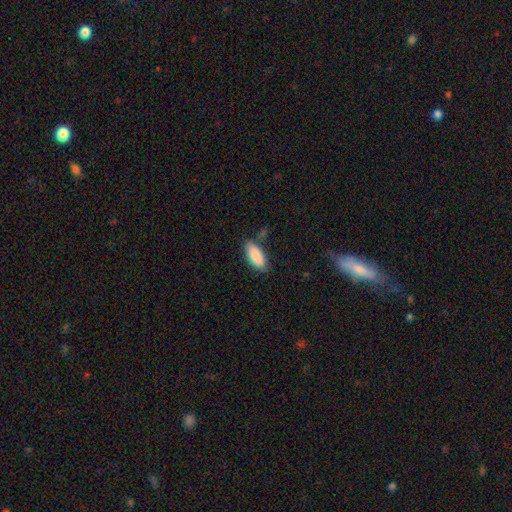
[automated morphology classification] Overall: smooth (88%). How rounded: in between (77%). Merging: none (75%).